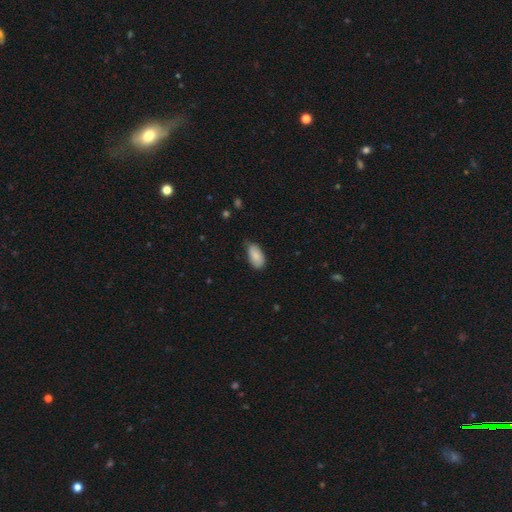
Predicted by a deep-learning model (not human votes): Morphology: type=smooth (85%); roundness=in between (94%); merging=none (62%).